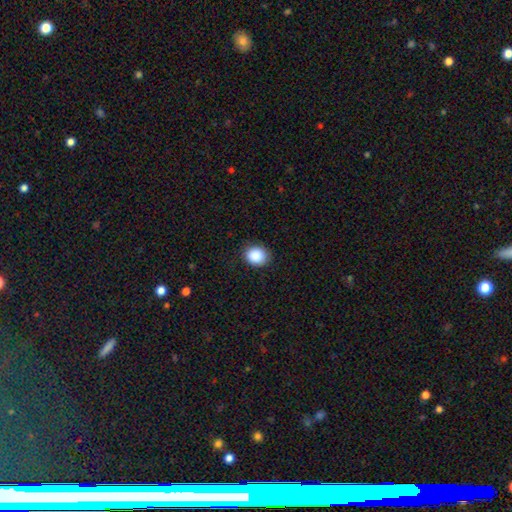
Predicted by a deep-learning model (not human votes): Smooth or featured? Predicted: smooth (p=0.89). How rounded? Predicted: round (p=0.68). Merging? Predicted: none (p=0.87).